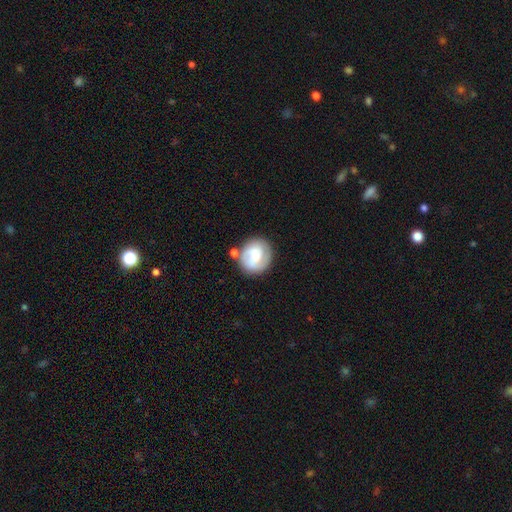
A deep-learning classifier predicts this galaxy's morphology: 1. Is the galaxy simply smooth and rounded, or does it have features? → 47% smooth, 46% featured or disk, 7% star or artifact.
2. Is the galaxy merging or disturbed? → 70% none, 15% minor disturbance, 10% merger, 5% major disturbance.